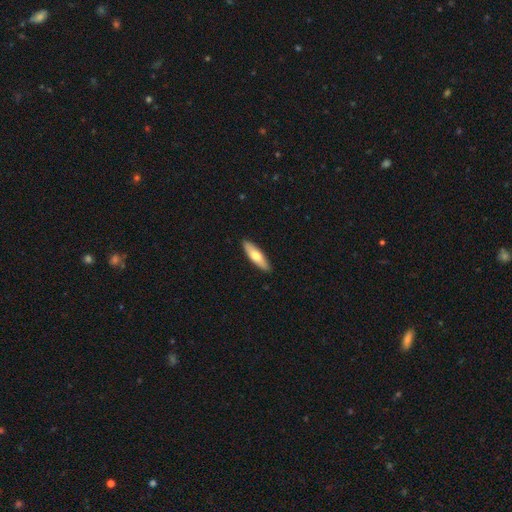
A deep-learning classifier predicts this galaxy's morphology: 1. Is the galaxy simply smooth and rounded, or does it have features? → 64% smooth, 31% featured or disk, 5% star or artifact.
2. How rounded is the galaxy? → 58% cigar-shaped, 41% in between, 2% round.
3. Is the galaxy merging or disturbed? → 90% none, 7% minor disturbance, 1% major disturbance, 1% merger.